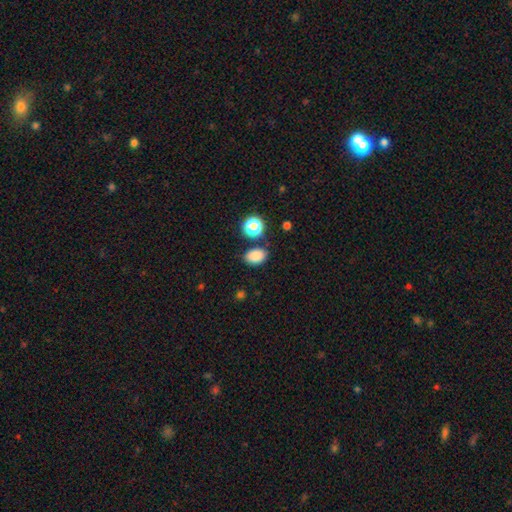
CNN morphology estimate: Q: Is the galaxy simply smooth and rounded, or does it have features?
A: smooth — 84%.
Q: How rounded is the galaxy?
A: in between — 78%.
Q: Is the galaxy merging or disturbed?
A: none — 77%.